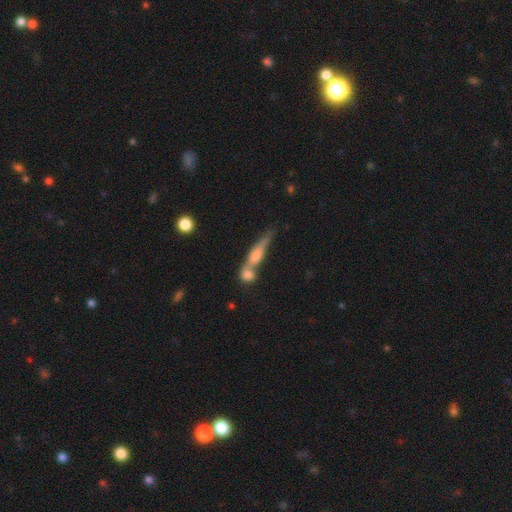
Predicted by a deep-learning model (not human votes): A smooth galaxy with no disk features (47%). Merging: merger (51%).